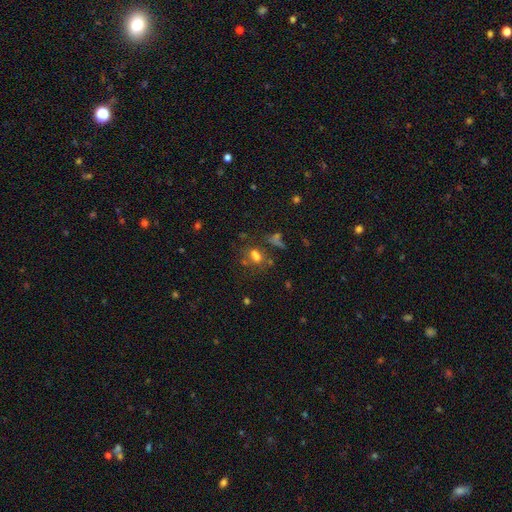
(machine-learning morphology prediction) type=smooth (56%); roundness=in between (63%); merging=none (46%).